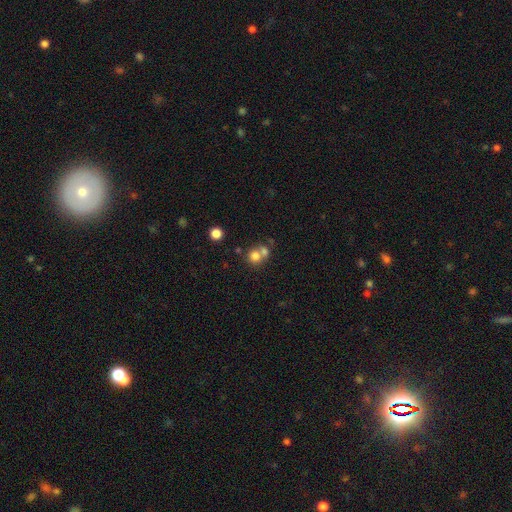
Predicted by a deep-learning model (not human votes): smooth_or_featured: smooth (p=0.75) [alt: featured or disk p=0.13]
how_rounded: round (p=0.83) [alt: in between p=0.16]
merging: merger (p=0.49) [alt: none p=0.41]